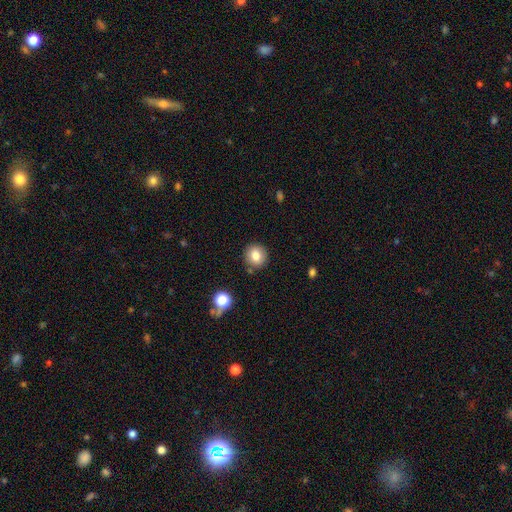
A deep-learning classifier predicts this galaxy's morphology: The model was most divided on "smooth or featured": smooth: 81%, star or artifact: 10%, featured or disk: 9%. More confident: how rounded — round (86%); merging — none (86%).